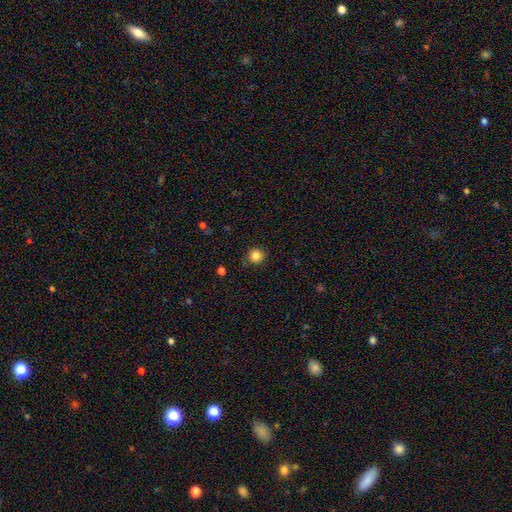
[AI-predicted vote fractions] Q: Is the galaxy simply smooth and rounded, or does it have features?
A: smooth — 85%.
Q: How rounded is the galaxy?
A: round — 92%.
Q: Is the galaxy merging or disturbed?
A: none — 87%.